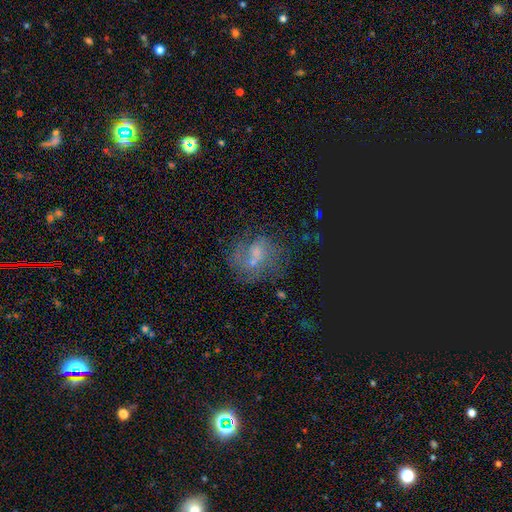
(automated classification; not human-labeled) smooth-or-featured: featured or disk: 55% | smooth: 30% | star or artifact: 16%
  disk-edge-on: no: 97% | yes: 3%
    bar: no: 59% | weak: 34% | strong: 7%
    has-spiral-arms: yes: 62% | no: 38%
    bulge-size: small: 44% | moderate: 33% | none: 17% | large: 4% | dominant: 2%
  merging: none: 46% | major disturbance: 21% | minor disturbance: 18% | merger: 15%